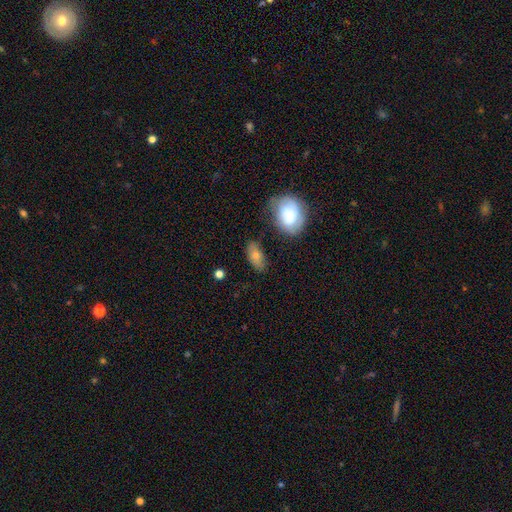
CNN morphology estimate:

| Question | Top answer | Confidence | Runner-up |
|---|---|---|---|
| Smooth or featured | smooth | 73% | featured or disk (19%) |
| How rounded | in between | 87% | cigar-shaped (7%) |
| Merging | none | 70% | minor disturbance (19%) |